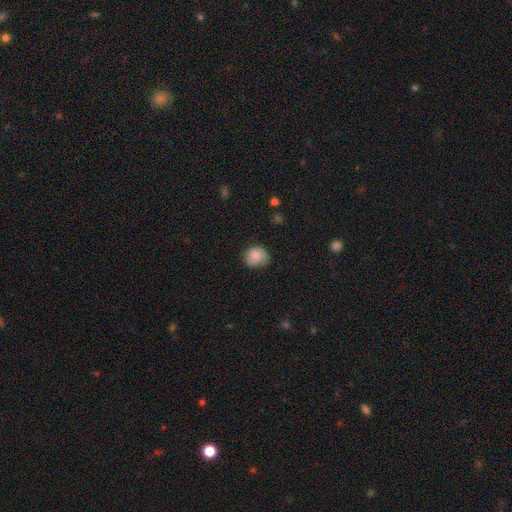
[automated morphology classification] Q: Smooth or featured?
A: smooth (77%); runner-up: featured or disk (15%)
Q: How rounded?
A: round (75%); runner-up: in between (24%)
Q: Merging?
A: none (65%); runner-up: minor disturbance (27%)